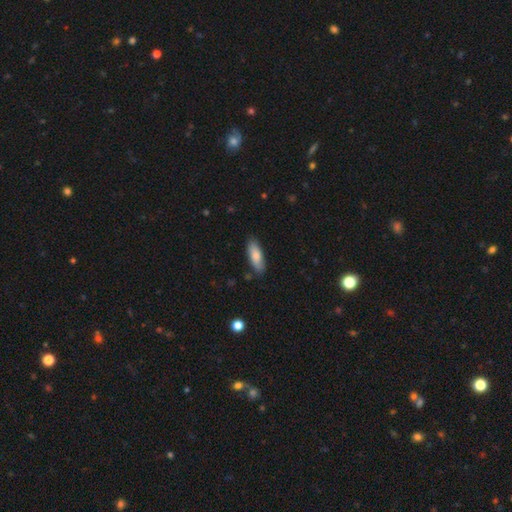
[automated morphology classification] A smooth galaxy with no disk features (79%) that is in between round and cigar-shaped (66%). Merging: none (82%).